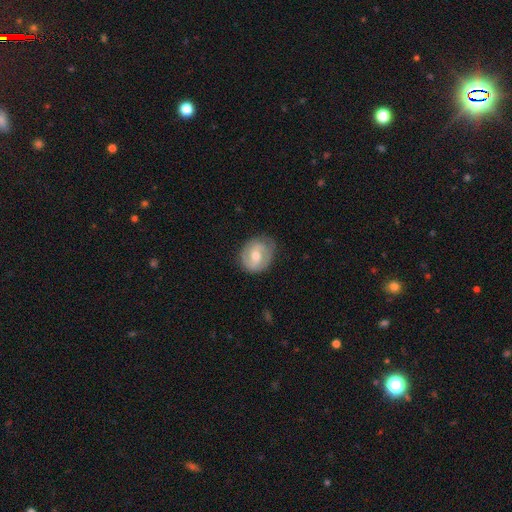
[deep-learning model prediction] featured or disk 66%, smooth 29%, star or artifact 6%. Down the decision tree: edge-on disk — no (97%); bar — weak (48%); spiral arms — yes (86%); spiral arm count — 2 (79%); spiral winding — medium (46%); bulge size — moderate (64%); merging — none (75%).